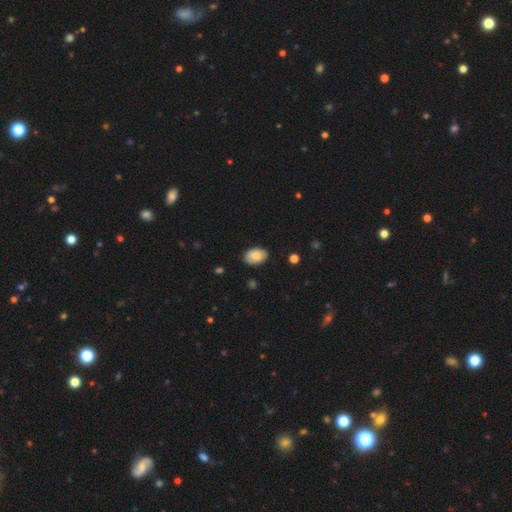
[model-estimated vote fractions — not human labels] Q: Smooth or featured?
A: smooth (76%); runner-up: featured or disk (18%)
Q: How rounded?
A: in between (84%); runner-up: round (15%)
Q: Merging?
A: none (85%); runner-up: minor disturbance (11%)